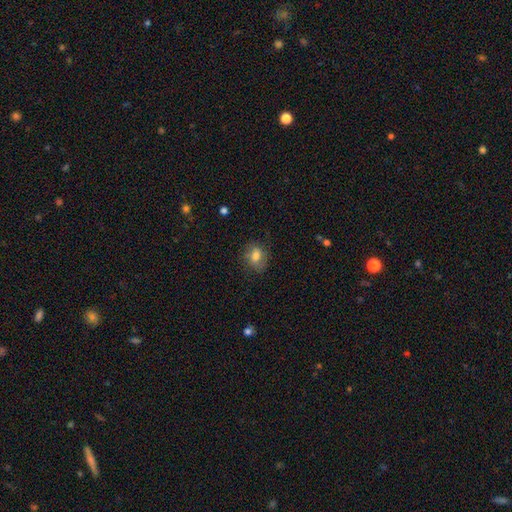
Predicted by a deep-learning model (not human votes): Smooth or featured? Predicted: smooth (p=0.73). How rounded? Predicted: in between (p=0.65). Merging? Predicted: none (p=0.73).